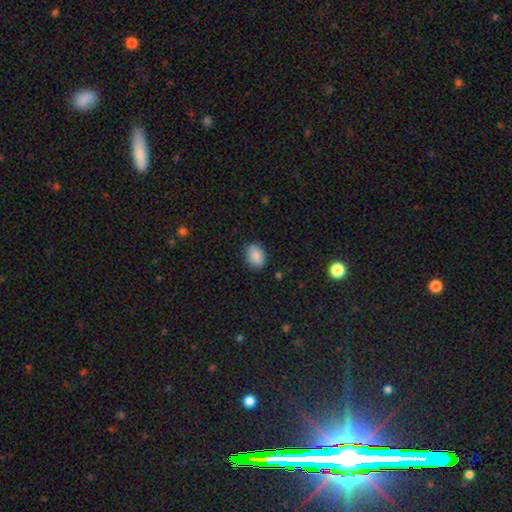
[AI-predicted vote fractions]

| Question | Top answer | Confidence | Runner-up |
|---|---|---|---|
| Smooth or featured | smooth | 87% | star or artifact (8%) |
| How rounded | in between | 78% | round (21%) |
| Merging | none | 81% | minor disturbance (15%) |